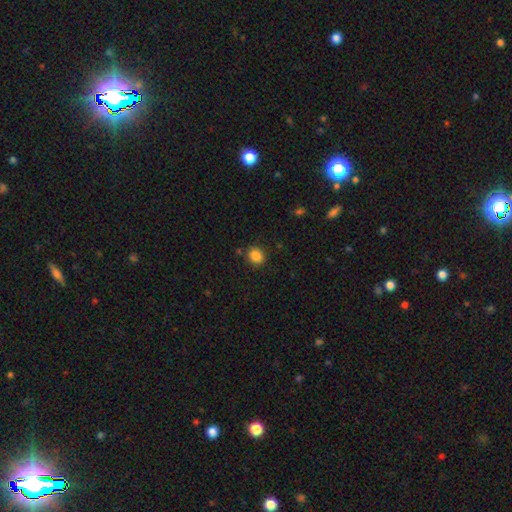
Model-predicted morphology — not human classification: Smooth or featured? Predicted: smooth (p=0.86). How rounded? Predicted: round (p=0.62). Merging? Predicted: none (p=0.85).